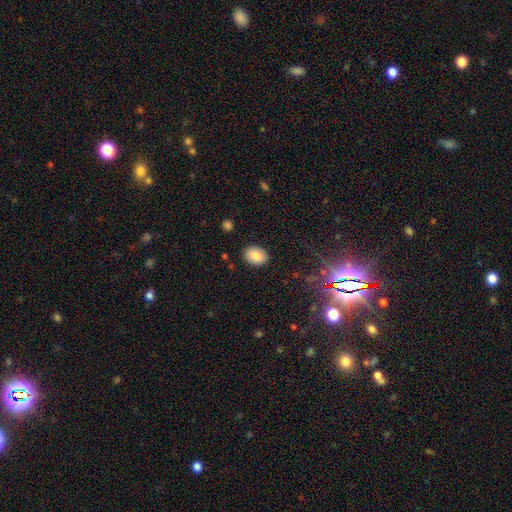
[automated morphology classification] Overall: smooth (83%). How rounded: in between (74%). Merging: none (87%).